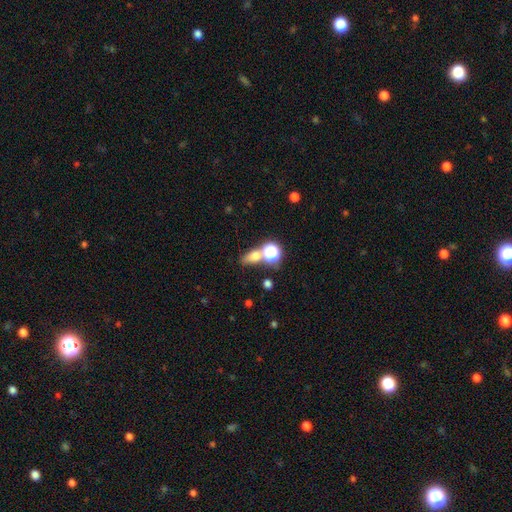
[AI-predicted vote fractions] A smooth galaxy with no disk features (64%) that is in between round and cigar-shaped (58%).

Vote fractions:
- Smooth or featured? smooth: 64% / star or artifact: 23% / featured or disk: 12%
- How rounded? in between: 58% / round: 36% / cigar-shaped: 6%
- Merging? none: 54% / merger: 29% / minor disturbance: 11% / major disturbance: 6%